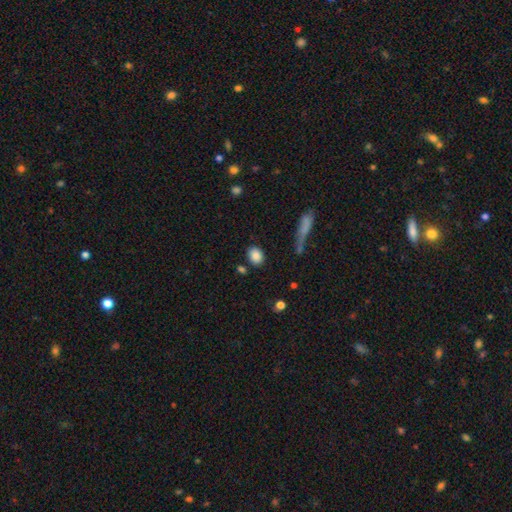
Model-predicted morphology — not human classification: type=smooth (87%); roundness=in between (65%); merging=none (81%).